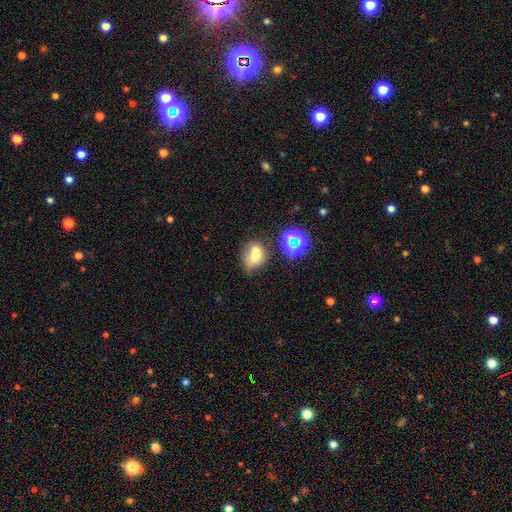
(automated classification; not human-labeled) smooth_or_featured: smooth (p=0.65) [alt: featured or disk p=0.18]
how_rounded: in between (p=0.58) [alt: round p=0.41]
merging: none (p=0.36) [alt: merger p=0.30]